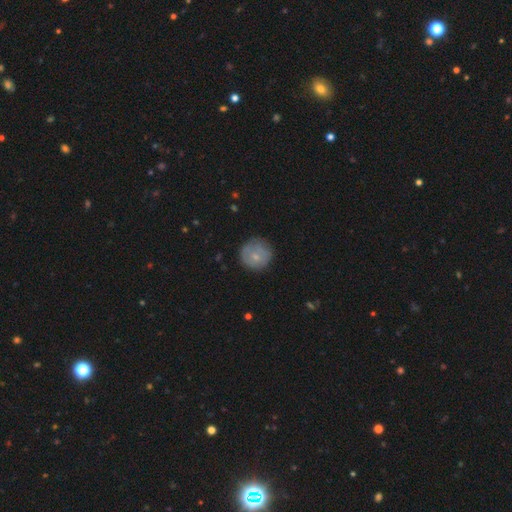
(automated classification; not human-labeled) smooth 61%, featured or disk 32%, star or artifact 7%. Down the decision tree: how rounded — round (92%); merging — none (73%).